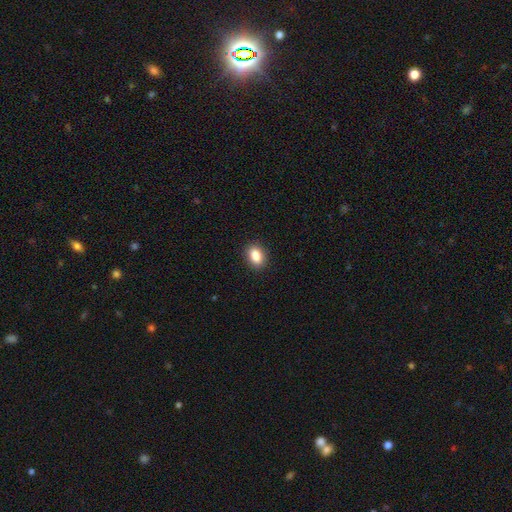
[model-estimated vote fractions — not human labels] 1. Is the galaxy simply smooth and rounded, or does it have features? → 86% smooth, 9% star or artifact, 5% featured or disk.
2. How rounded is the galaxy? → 75% in between, 24% round, 1% cigar-shaped.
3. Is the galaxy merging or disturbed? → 90% none, 7% minor disturbance, 2% major disturbance, 1% merger.